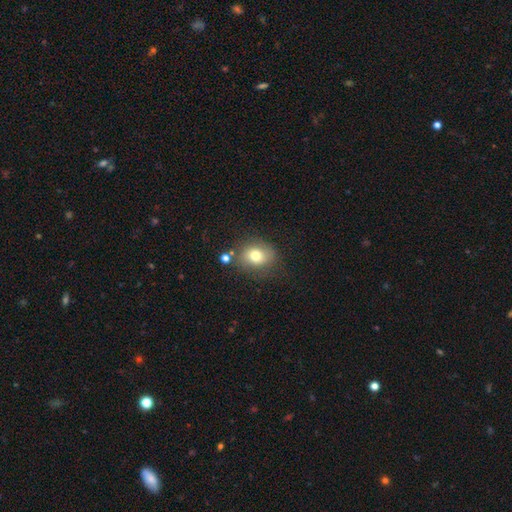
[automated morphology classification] Smooth or featured? smooth (74%)
How rounded? round (53%)
Merging? none (71%)